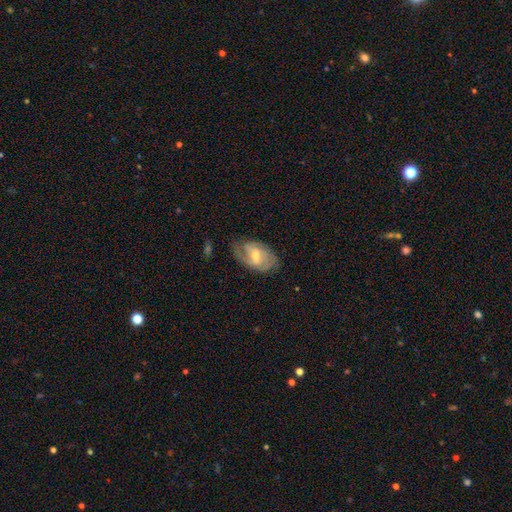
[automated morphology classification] This appears to be a featured or disk galaxy (72%) with a weak bar (54%), 2 (56%) medium (42%, tied with tight) spiral arms (89%) and a moderate central bulge (56%). Merging: none (69%).